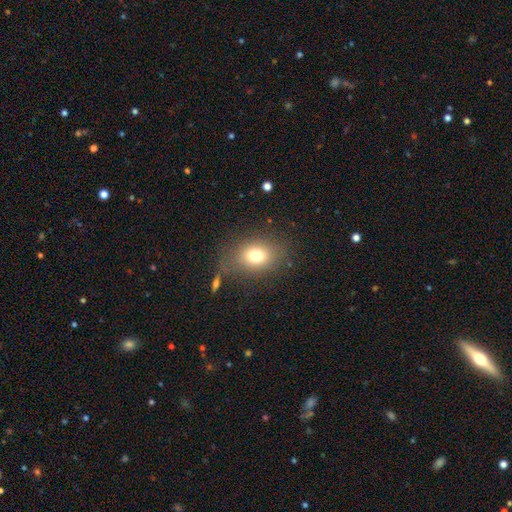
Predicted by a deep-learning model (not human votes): smooth 75%, featured or disk 13%, star or artifact 12%. Down the decision tree: how rounded — in between (63%); merging — none (76%).